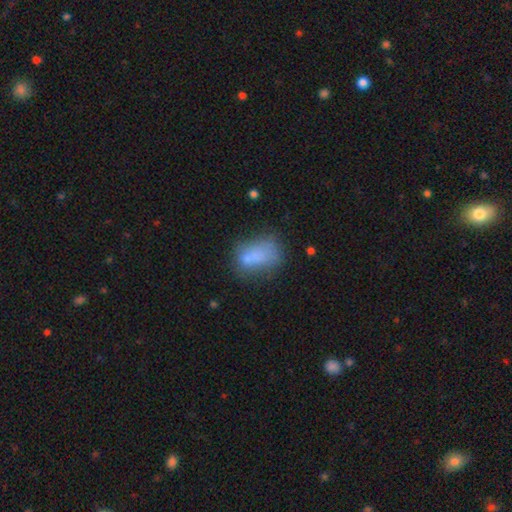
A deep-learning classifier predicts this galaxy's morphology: smooth-or-featured: smooth: 68% | featured or disk: 21% | star or artifact: 11%
  how-rounded: in between: 82% | round: 15% | cigar-shaped: 3%
  merging: none: 36% | minor disturbance: 24% | merger: 22% | major disturbance: 18%